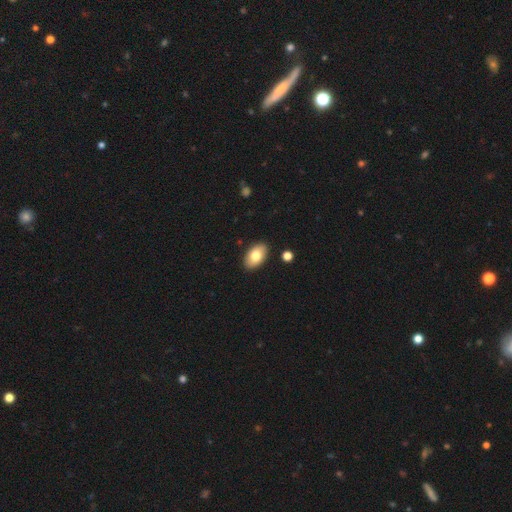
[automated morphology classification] A smooth galaxy with no disk features (79%) that is in between round and cigar-shaped (93%). Merging: none (88%).